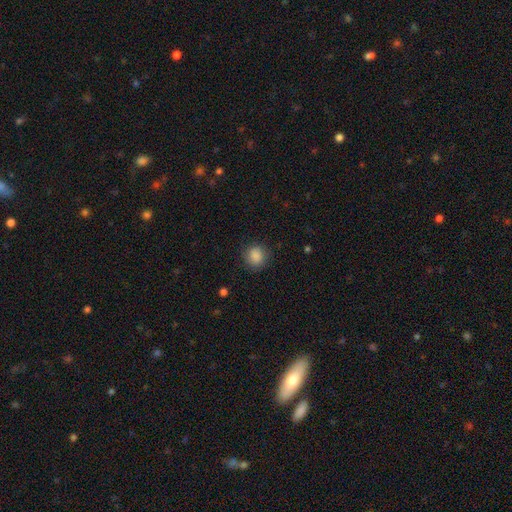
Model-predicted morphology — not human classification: Smooth or featured? Predicted: smooth (p=0.85). How rounded? Predicted: round (p=0.84). Merging? Predicted: none (p=0.82).